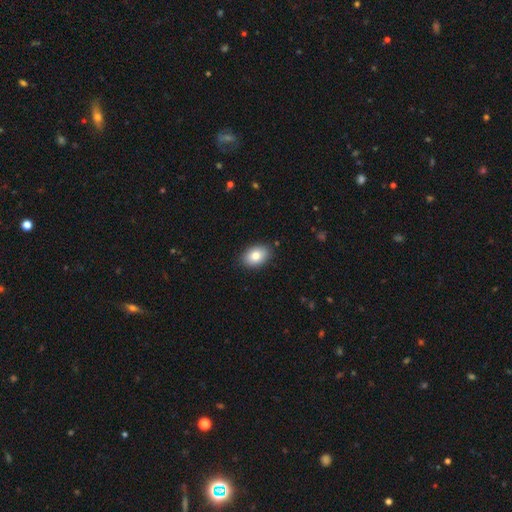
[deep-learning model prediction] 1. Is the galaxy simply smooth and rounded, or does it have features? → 81% smooth, 12% featured or disk, 8% star or artifact.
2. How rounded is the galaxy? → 85% in between, 14% round, 1% cigar-shaped.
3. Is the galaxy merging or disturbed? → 87% none, 10% minor disturbance, 2% major disturbance, 1% merger.